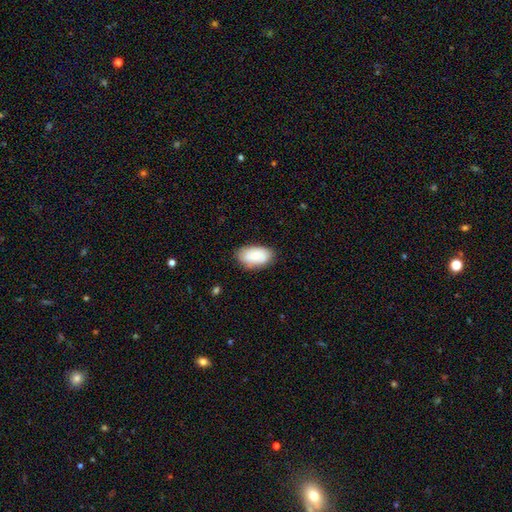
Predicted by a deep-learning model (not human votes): A smooth galaxy with no disk features (77%) that is in between round and cigar-shaped (94%).

Vote fractions:
- Smooth or featured? smooth: 77% / featured or disk: 17% / star or artifact: 7%
- How rounded? in between: 94% / round: 5% / cigar-shaped: 2%
- Merging? none: 78% / minor disturbance: 17% / major disturbance: 3% / merger: 1%